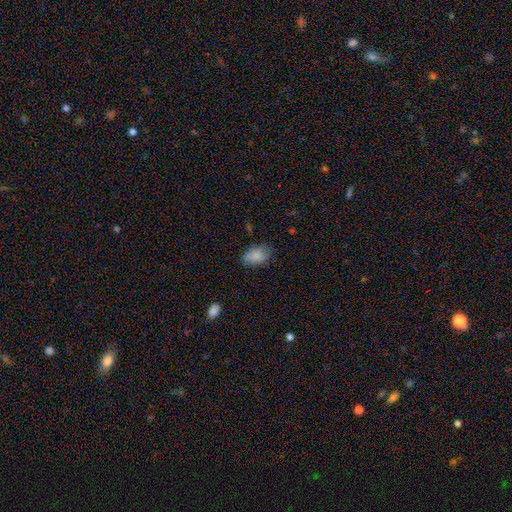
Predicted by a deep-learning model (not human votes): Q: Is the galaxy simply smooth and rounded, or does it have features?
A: smooth — 85%.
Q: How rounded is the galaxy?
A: in between — 85%.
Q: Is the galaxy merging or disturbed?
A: none — 70%.